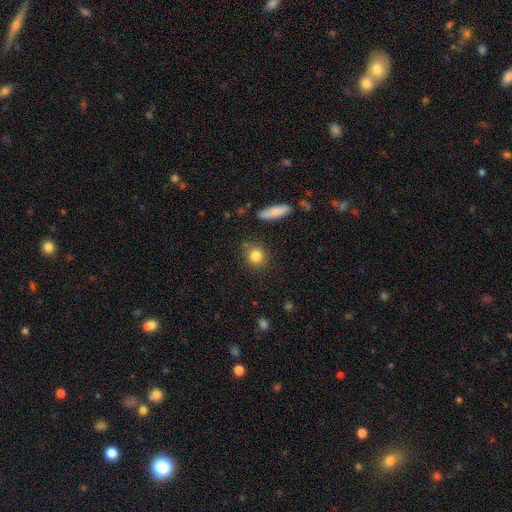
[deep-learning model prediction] A smooth galaxy with no disk features (84%) that is round (81%).

Vote fractions:
- Smooth or featured? smooth: 84% / star or artifact: 9% / featured or disk: 7%
- How rounded? round: 81% / in between: 17% / cigar-shaped: 2%
- Merging? none: 82% / minor disturbance: 11% / merger: 4% / major disturbance: 3%